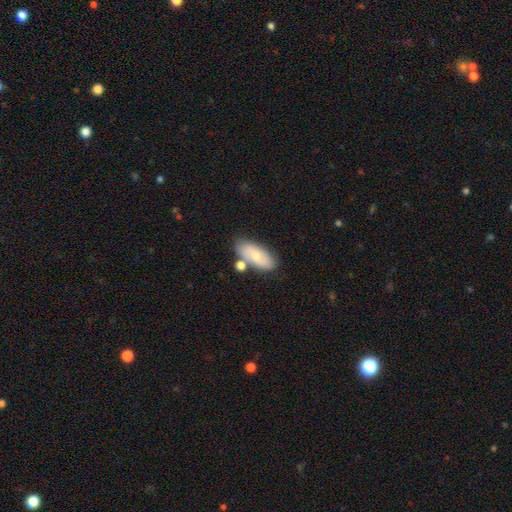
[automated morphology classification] Smooth or featured: smooth — 68% (featured or disk — 25%)
How rounded: in between — 85% (cigar-shaped — 11%)
Merging: none — 64% (minor disturbance — 16%)